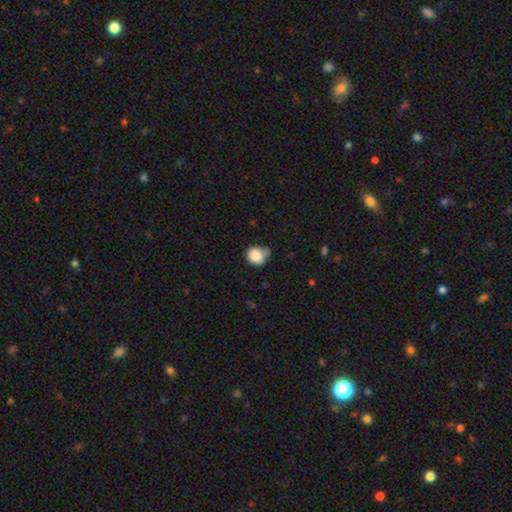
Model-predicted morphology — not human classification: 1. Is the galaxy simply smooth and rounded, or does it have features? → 86% smooth, 9% star or artifact, 5% featured or disk.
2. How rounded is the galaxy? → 83% round, 16% in between, 1% cigar-shaped.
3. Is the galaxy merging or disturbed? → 51% none, 34% minor disturbance, 8% major disturbance, 7% merger.